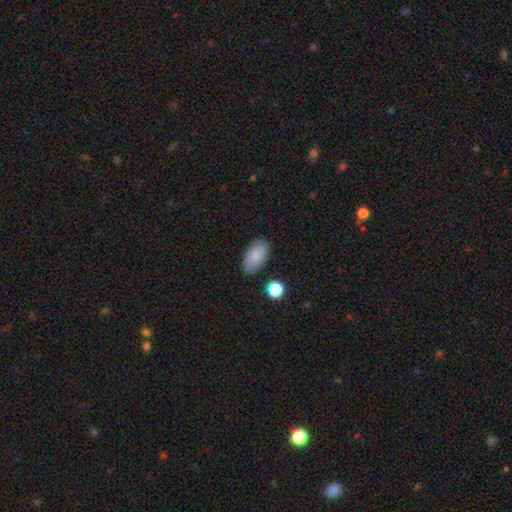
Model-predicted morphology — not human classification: Q: Smooth or featured?
A: smooth (83%); runner-up: featured or disk (10%)
Q: How rounded?
A: in between (94%); runner-up: round (4%)
Q: Merging?
A: none (83%); runner-up: minor disturbance (12%)